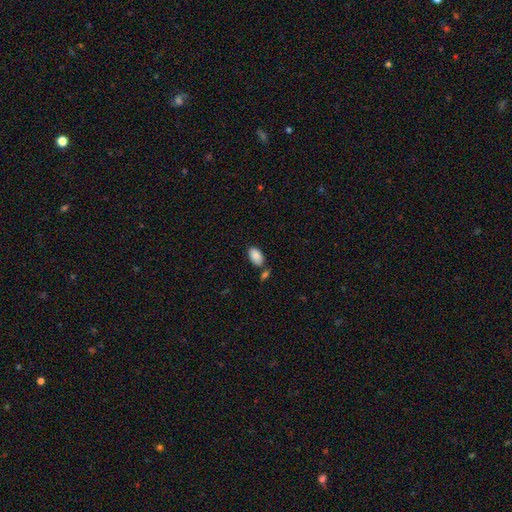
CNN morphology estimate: Smooth or featured: smooth — 88% (star or artifact — 7%)
How rounded: in between — 94% (round — 4%)
Merging: none — 68% (merger — 15%)